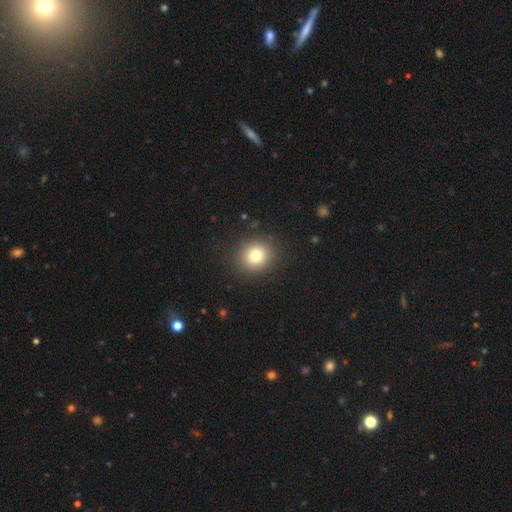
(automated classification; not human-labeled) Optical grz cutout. It shows a smooth galaxy with no disk features (78%) that is round (82%). Merging: none (88%).